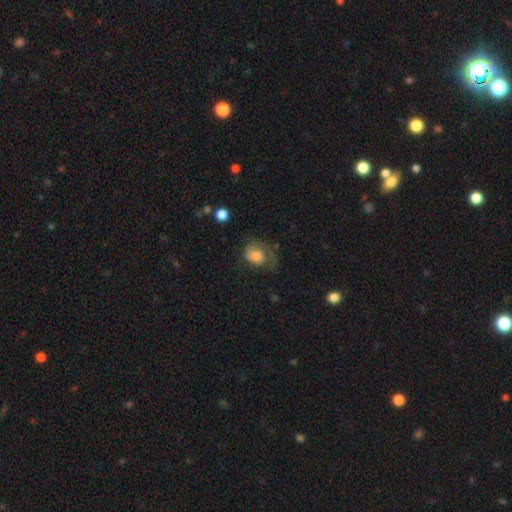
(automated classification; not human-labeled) smooth_or_featured: smooth (p=0.64) [alt: featured or disk p=0.28]
how_rounded: in between (p=0.54) [alt: round p=0.45]
merging: none (p=0.35) [tied with: major disturbance p=0.35]